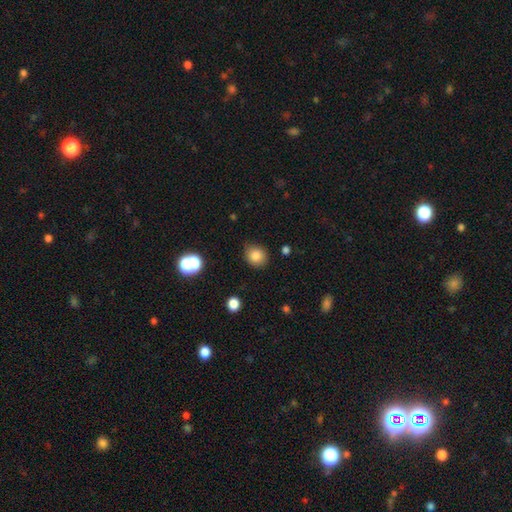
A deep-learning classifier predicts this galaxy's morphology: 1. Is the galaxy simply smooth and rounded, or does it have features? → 84% smooth, 11% star or artifact, 6% featured or disk.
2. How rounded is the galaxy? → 76% round, 23% in between, 1% cigar-shaped.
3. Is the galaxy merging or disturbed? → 80% none, 15% minor disturbance, 3% major disturbance, 2% merger.